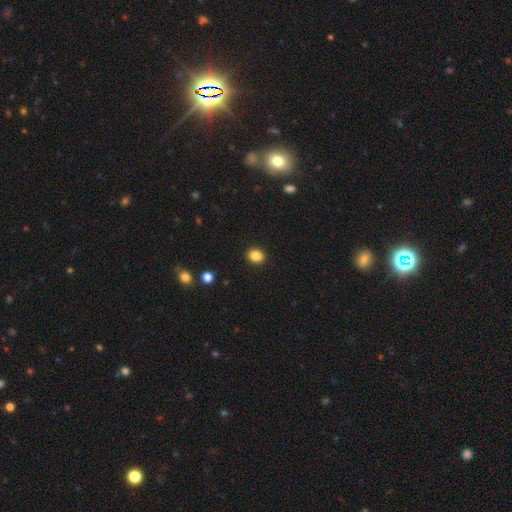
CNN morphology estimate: A smooth galaxy with no disk features (86%) that is round (55%). Merging: none (91%).